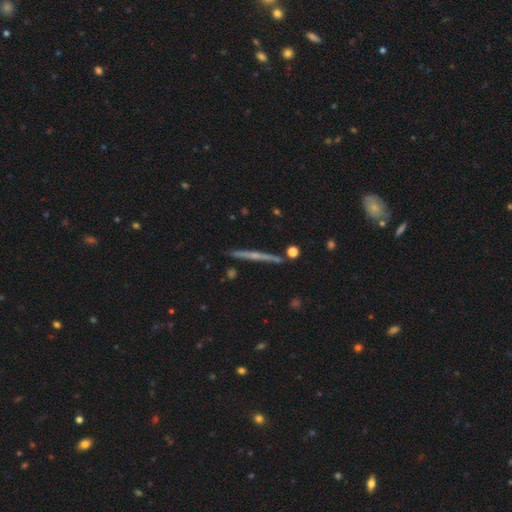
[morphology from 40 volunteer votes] featured or disk 80%, smooth 12%, star or artifact 8%. Down the decision tree: edge-on disk — yes (100%); edge-on bulge — rounded (78%); merging — none (78%).